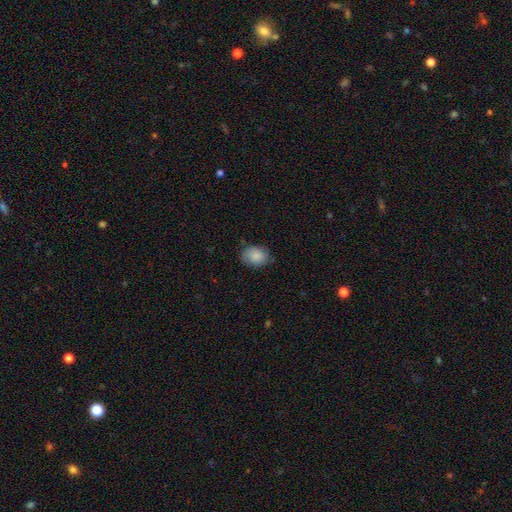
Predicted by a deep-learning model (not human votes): The model was most divided on "how rounded": in between: 61%, round: 38%, cigar-shaped: 1%. More confident: smooth or featured — smooth (84%); merging — none (74%).